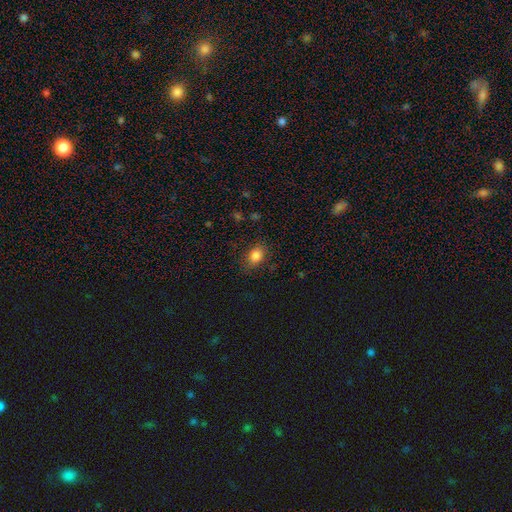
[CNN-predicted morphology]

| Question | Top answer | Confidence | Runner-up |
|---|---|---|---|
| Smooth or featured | smooth | 83% | star or artifact (11%) |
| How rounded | in between | 68% | round (31%) |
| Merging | none | 80% | minor disturbance (14%) |